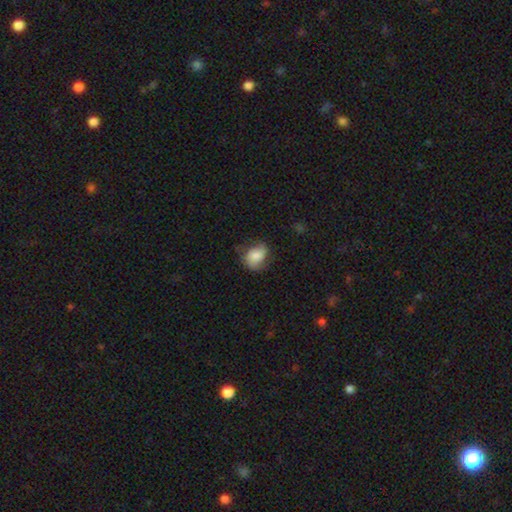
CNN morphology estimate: Smooth or featured: smooth — 70% (featured or disk — 22%)
How rounded: in between — 56% (round — 42%)
Merging: none — 57% (minor disturbance — 30%)